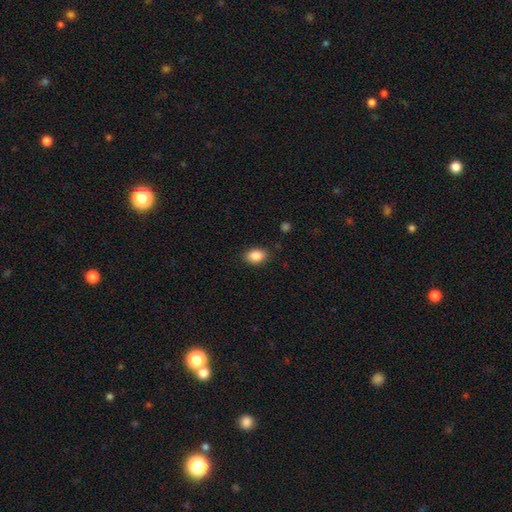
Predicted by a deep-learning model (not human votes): Smooth or featured? Predicted: smooth (p=0.88). How rounded? Predicted: in between (p=0.85). Merging? Predicted: none (p=0.86).